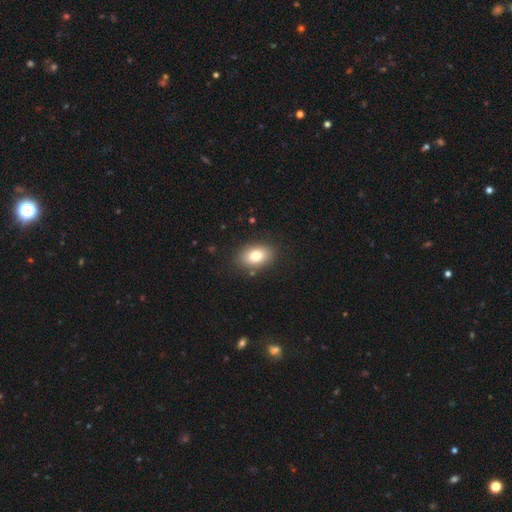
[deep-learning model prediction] smooth_or_featured: smooth (p=0.79) [alt: featured or disk p=0.12]
how_rounded: in between (p=0.84) [alt: round p=0.15]
merging: none (p=0.85) [alt: minor disturbance p=0.10]